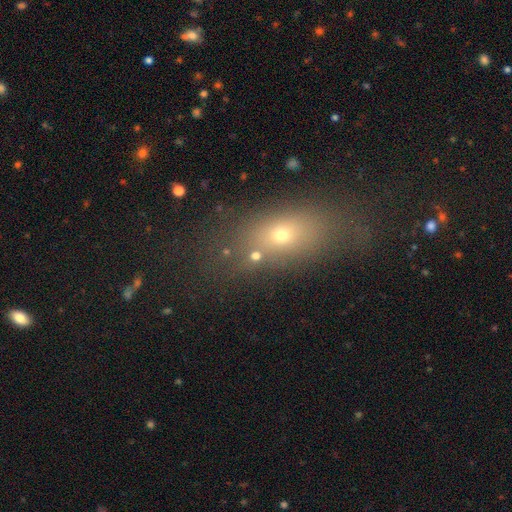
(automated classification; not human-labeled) smooth_or_featured: smooth (p=0.64) [alt: star or artifact p=0.23]
how_rounded: in between (p=0.48) [alt: round p=0.47]
merging: none (p=0.67) [alt: merger p=0.16]